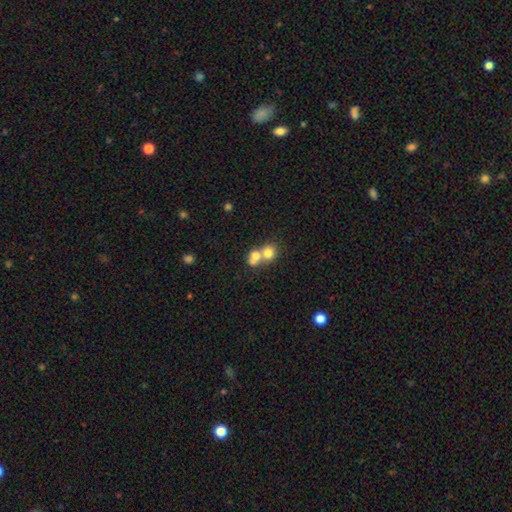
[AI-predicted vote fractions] smooth 72%, featured or disk 18%, star or artifact 11%. Down the decision tree: how rounded — round (71%); merging — merger (68%).